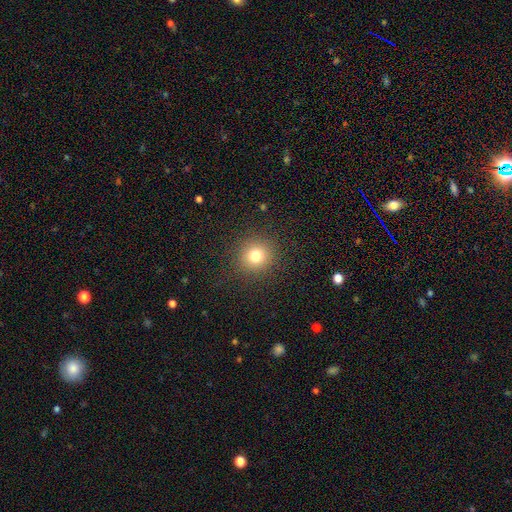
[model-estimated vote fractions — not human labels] A smooth galaxy with no disk features (77%) that is round (90%). Merging: none (89%).